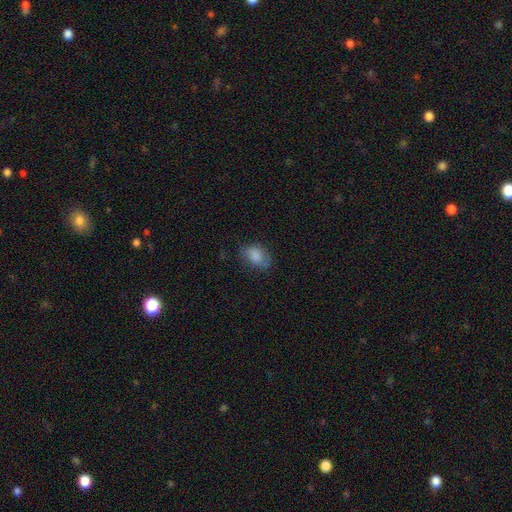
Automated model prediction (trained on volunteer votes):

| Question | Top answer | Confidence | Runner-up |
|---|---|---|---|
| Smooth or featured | smooth | 82% | featured or disk (10%) |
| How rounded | in between | 80% | round (18%) |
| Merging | none | 65% | minor disturbance (25%) |